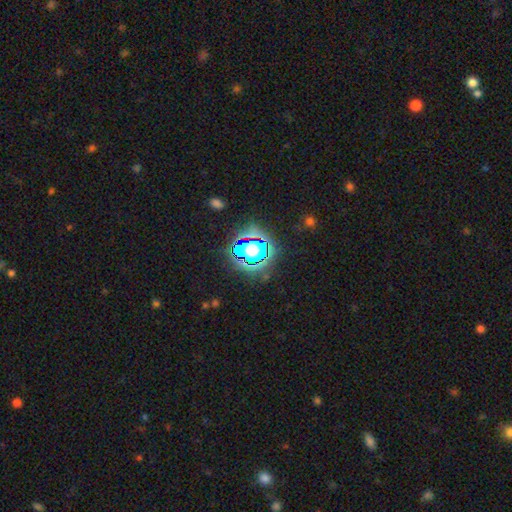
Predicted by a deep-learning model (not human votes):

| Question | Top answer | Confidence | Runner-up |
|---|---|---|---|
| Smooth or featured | star or artifact | 66% | smooth (22%) |